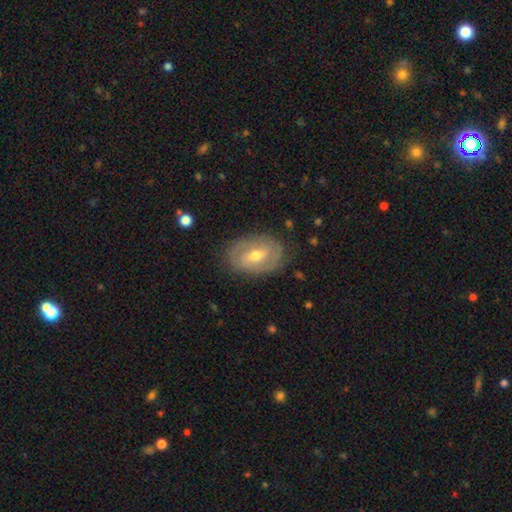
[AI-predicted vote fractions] A featured or disk galaxy (73%) with a weak bar (47%), 2 (63%) tight (55%) spiral arms (75%) and a moderate central bulge (61%). Merging: none (79%).